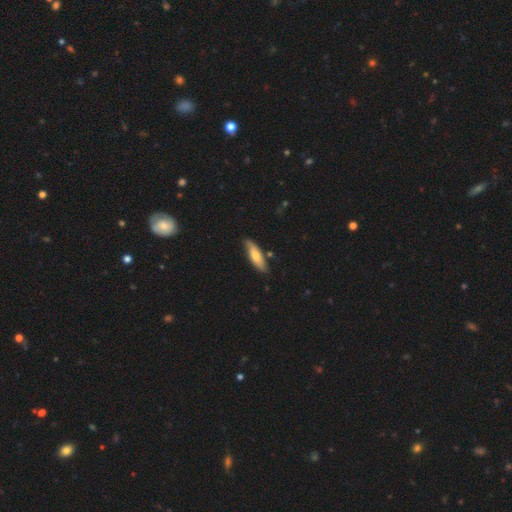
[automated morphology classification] This appears to be a smooth galaxy with no disk features (65%) that is cigar-shaped (55%). Merging: none (76%).